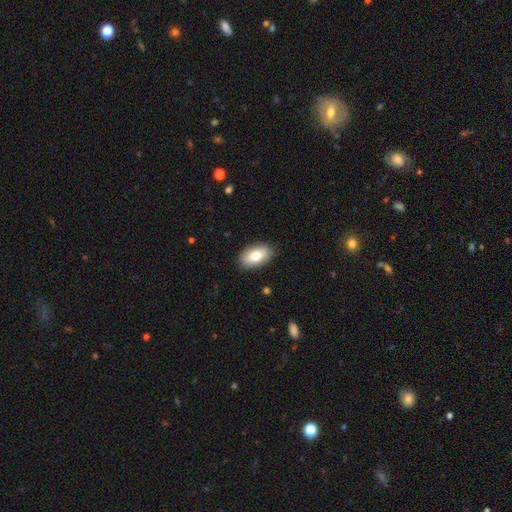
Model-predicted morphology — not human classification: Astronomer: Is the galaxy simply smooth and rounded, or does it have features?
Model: smooth — 79%.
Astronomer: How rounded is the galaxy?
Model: in between — 93%.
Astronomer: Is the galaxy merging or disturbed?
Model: none — 89%.